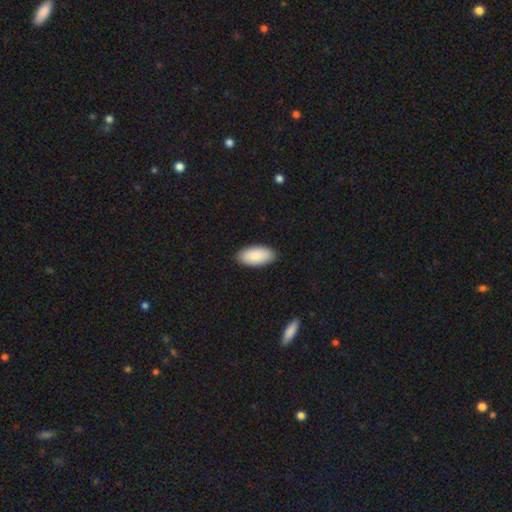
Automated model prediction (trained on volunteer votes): smooth 89%, featured or disk 6%, star or artifact 5%. Down the decision tree: how rounded — in between (94%); merging — none (89%).